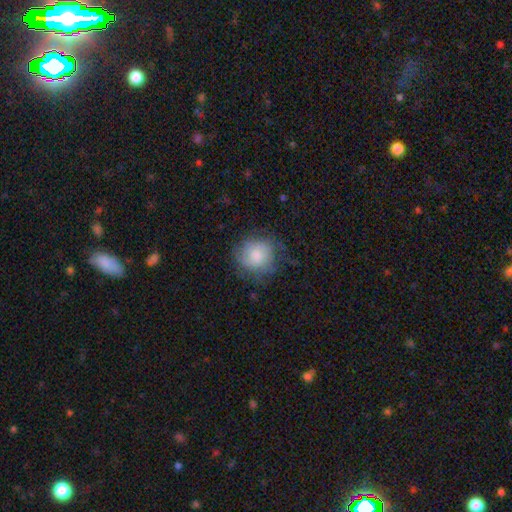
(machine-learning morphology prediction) Overall: smooth (62%; featured or disk 29%). How rounded: round (86%). Merging: none (69%).